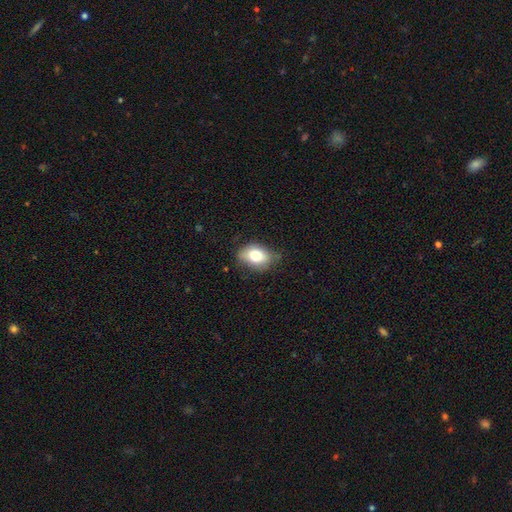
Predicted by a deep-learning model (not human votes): Q: Smooth or featured?
A: smooth (74%); runner-up: featured or disk (17%)
Q: How rounded?
A: in between (77%); runner-up: round (22%)
Q: Merging?
A: none (69%); runner-up: minor disturbance (24%)